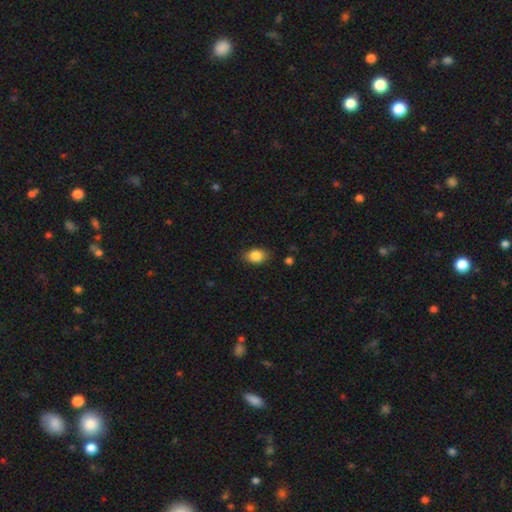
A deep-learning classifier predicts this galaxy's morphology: A smooth galaxy with no disk features (86%) that is in between round and cigar-shaped (77%). Merging: none (84%).